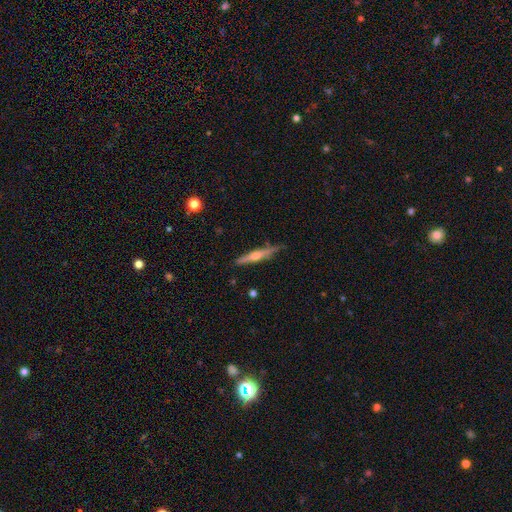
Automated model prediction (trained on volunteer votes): A featured or disk galaxy (63%) viewed edge-on (97%) with a rounded central bulge (86%).

Vote fractions:
- Smooth or featured? featured or disk: 63% / smooth: 31% / star or artifact: 6%
- Edge-on disk? yes: 97% / no: 3%
- Edge-on bulge? rounded: 86% / none: 8% / boxy: 6%
- Merging? none: 84% / minor disturbance: 12% / major disturbance: 2% / merger: 2%